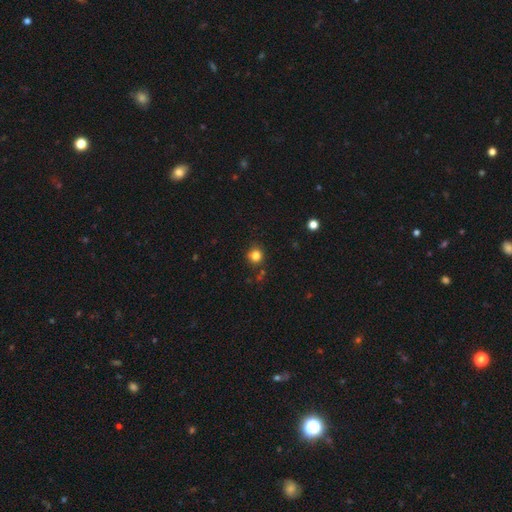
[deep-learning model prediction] Smooth or featured? smooth (81%)
How rounded? round (91%)
Merging? none (84%)